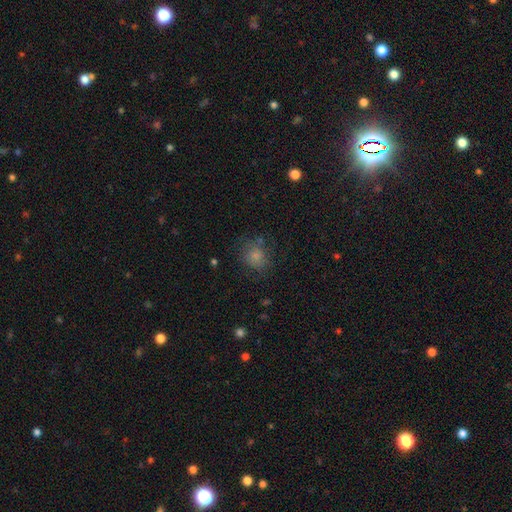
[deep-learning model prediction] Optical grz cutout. It shows a smooth galaxy with no disk features (76%) that is round (76%). Merging: none (69%).